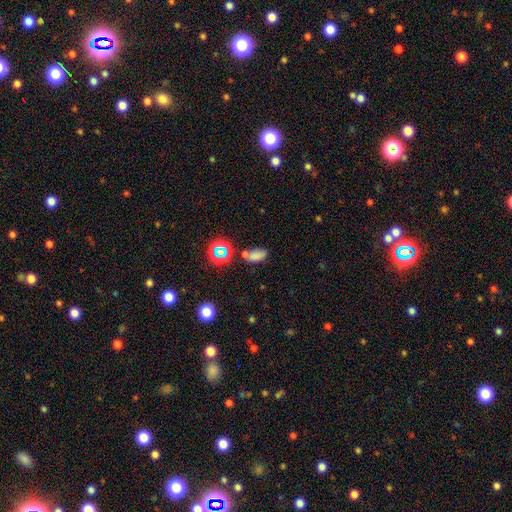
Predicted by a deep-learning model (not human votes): smooth 67%, star or artifact 24%, featured or disk 9%. Down the decision tree: how rounded — in between (84%); merging — none (56%).